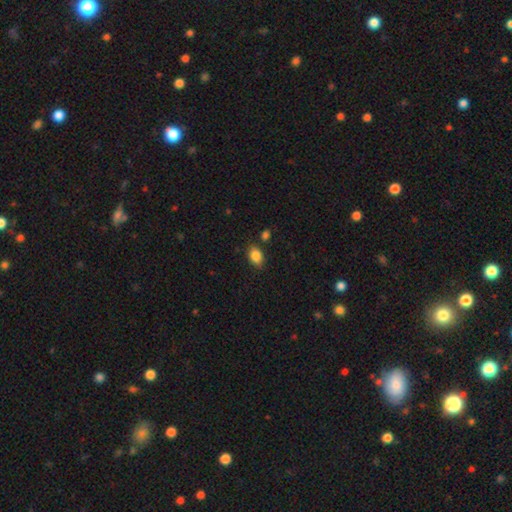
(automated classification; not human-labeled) A smooth galaxy with no disk features (86%) that is in between round and cigar-shaped (80%).

Vote fractions:
- Smooth or featured? smooth: 86% / star or artifact: 9% / featured or disk: 5%
- How rounded? in between: 80% / round: 18% / cigar-shaped: 1%
- Merging? none: 80% / minor disturbance: 12% / merger: 4% / major disturbance: 3%